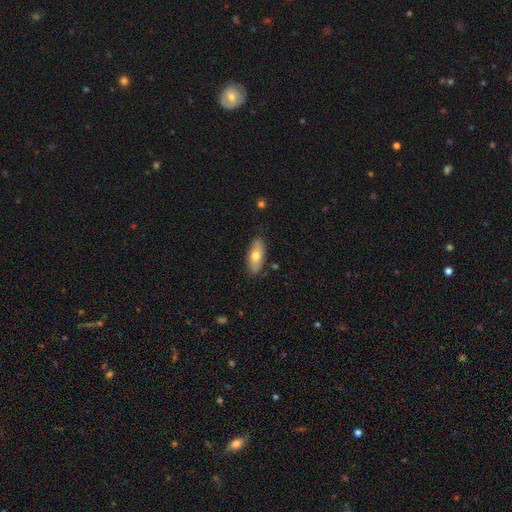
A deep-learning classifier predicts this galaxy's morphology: smooth 69%, featured or disk 25%, star or artifact 6%. Down the decision tree: how rounded — in between (83%); merging — none (85%).